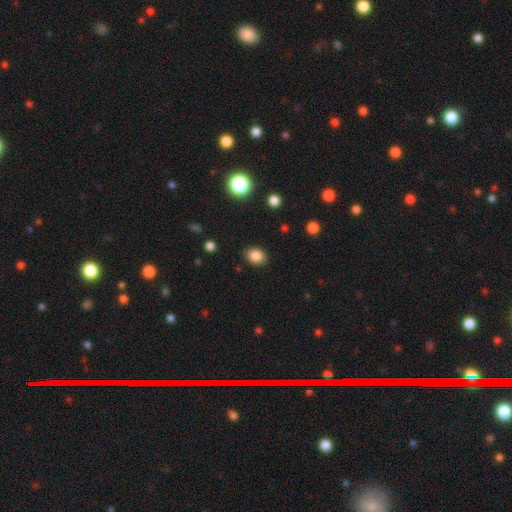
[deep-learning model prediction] smooth 85%, star or artifact 10%, featured or disk 5%. Down the decision tree: how rounded — in between (64%); merging — none (86%).